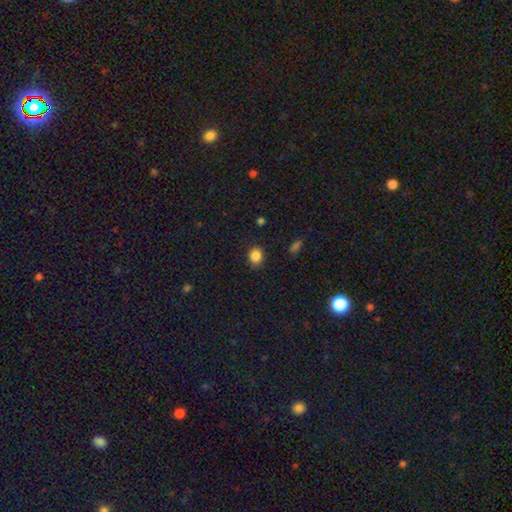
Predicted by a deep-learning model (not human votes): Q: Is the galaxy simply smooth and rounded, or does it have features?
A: smooth — 85%.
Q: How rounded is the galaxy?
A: round — 69%.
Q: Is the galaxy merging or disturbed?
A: none — 86%.